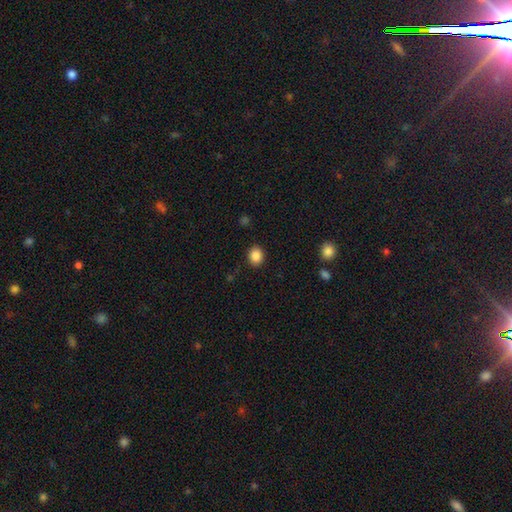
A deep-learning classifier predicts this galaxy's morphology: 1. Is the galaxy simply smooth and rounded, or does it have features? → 87% smooth, 9% star or artifact, 3% featured or disk.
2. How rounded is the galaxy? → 63% round, 36% in between, 1% cigar-shaped.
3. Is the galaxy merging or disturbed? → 89% none, 7% minor disturbance, 2% major disturbance, 1% merger.